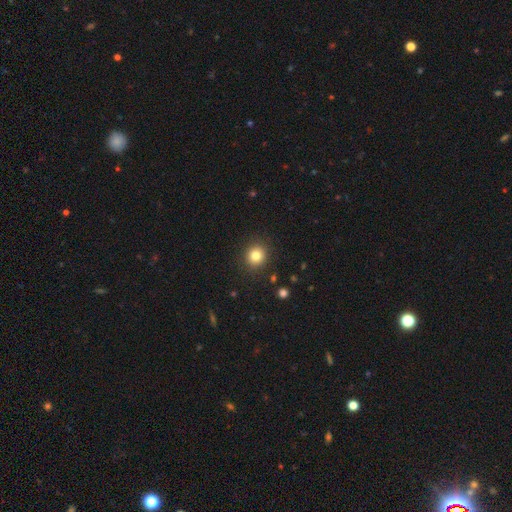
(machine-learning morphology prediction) Smooth or featured? smooth (82%)
How rounded? round (88%)
Merging? none (90%)